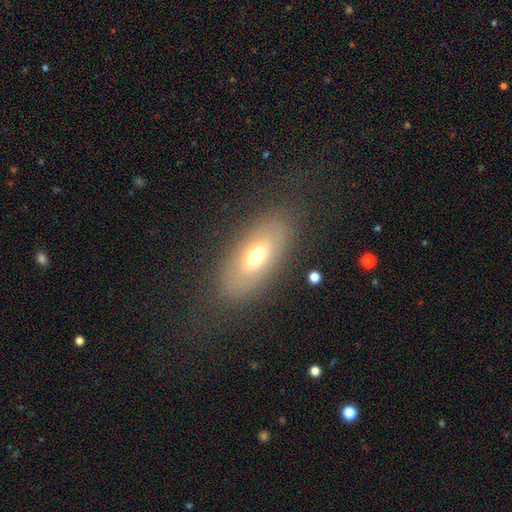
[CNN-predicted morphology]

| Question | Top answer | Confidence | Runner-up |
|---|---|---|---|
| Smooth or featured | smooth | 58% | featured or disk (32%) |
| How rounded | in between | 84% | cigar-shaped (11%) |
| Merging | none | 80% | minor disturbance (12%) |